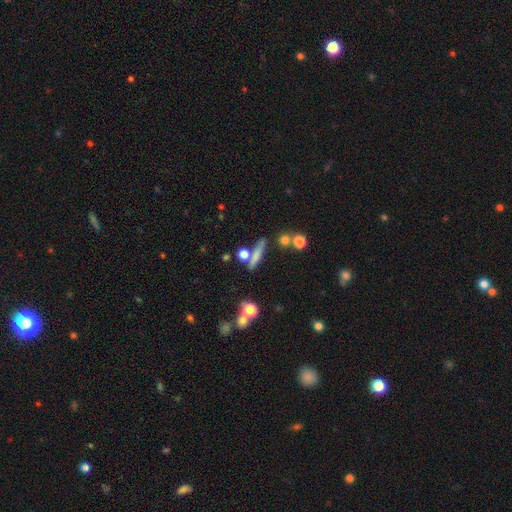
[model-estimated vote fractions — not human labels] The model was most divided on "smooth or featured": smooth: 60%, featured or disk: 30%, star or artifact: 10%. More confident: how rounded — cigar-shaped (82%); merging — none (71%).